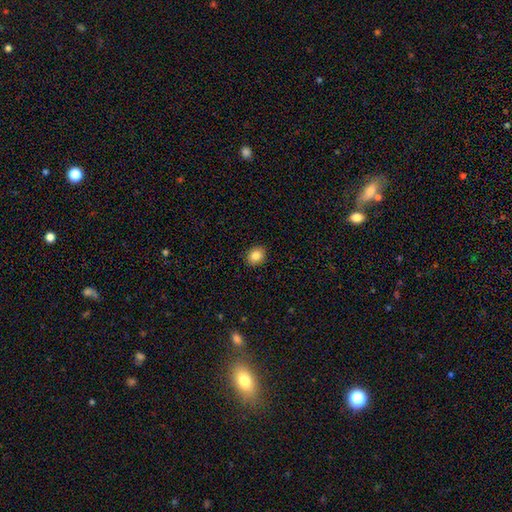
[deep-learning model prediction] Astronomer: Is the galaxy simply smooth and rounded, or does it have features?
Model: smooth — 84%.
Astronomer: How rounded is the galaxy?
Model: round — 62%.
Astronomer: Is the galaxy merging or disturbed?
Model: none — 91%.